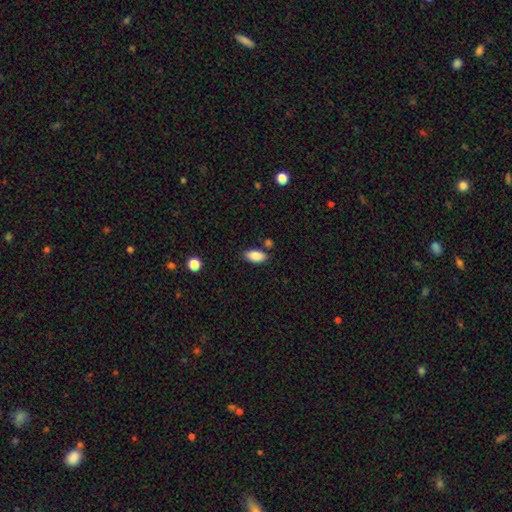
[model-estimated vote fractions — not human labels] Smooth or featured: smooth — 87% (star or artifact — 7%)
How rounded: in between — 91% (cigar-shaped — 6%)
Merging: none — 80% (minor disturbance — 12%)